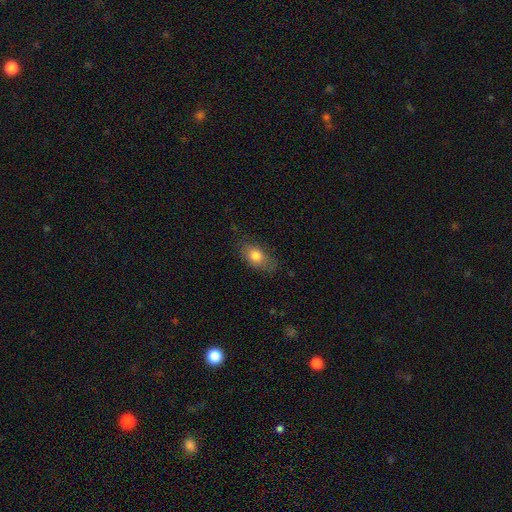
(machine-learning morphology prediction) smooth 78%, featured or disk 14%, star or artifact 8%. Down the decision tree: how rounded — in between (86%); merging — none (71%).